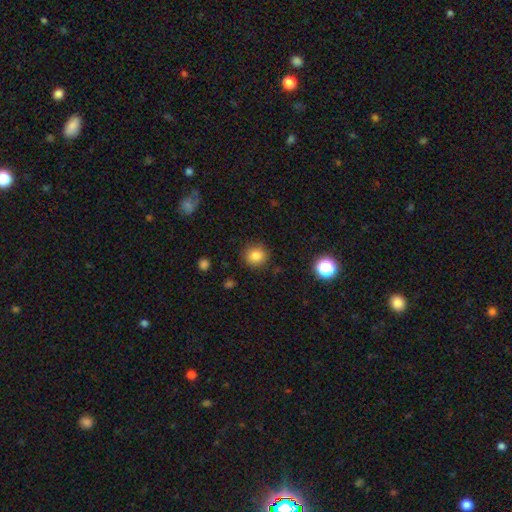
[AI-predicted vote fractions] This appears to be a smooth galaxy with no disk features (83%) that is round (91%). Merging: none (89%).